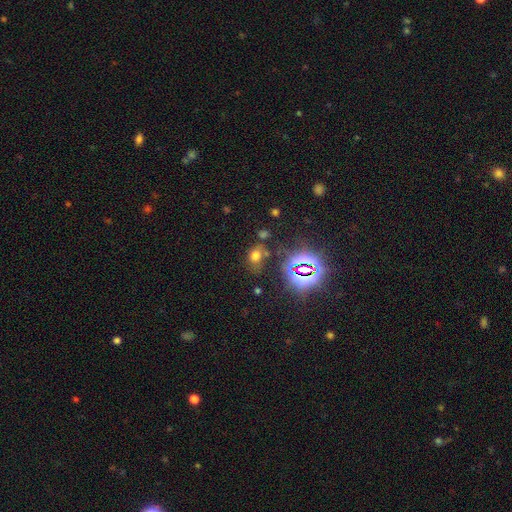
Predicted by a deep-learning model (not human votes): A smooth galaxy with no disk features (56%) that is in between round and cigar-shaped (66%).

Vote fractions:
- Smooth or featured? smooth: 56% / star or artifact: 35% / featured or disk: 10%
- How rounded? in between: 66% / round: 32% / cigar-shaped: 2%
- Merging? none: 62% / minor disturbance: 18% / merger: 11% / major disturbance: 9%